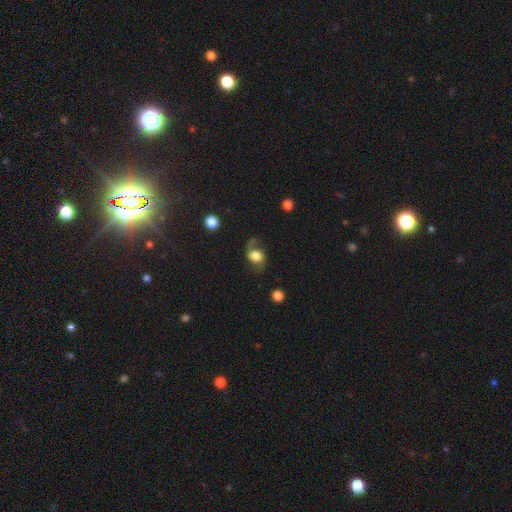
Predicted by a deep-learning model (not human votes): A featured or disk galaxy (55%) with no bar (64%), spiral arms (88%) and a large central bulge (50%). Merging: none (62%).